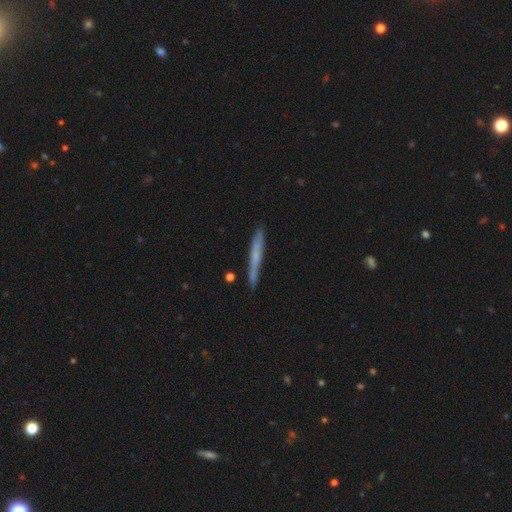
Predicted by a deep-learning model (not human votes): This appears to be a smooth galaxy with no disk features (52%) that is cigar-shaped (96%). Merging: none (83%).